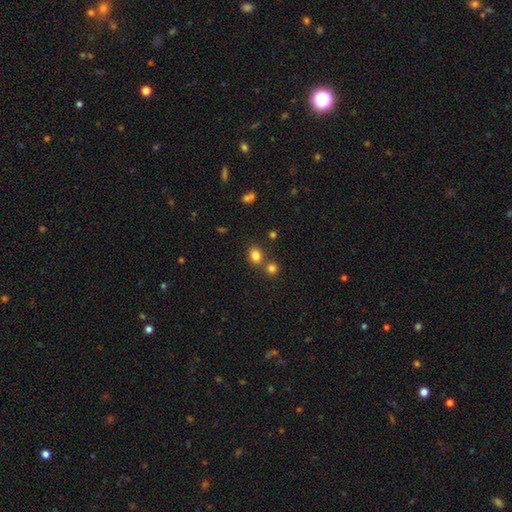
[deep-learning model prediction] Q: Smooth or featured?
A: smooth (81%); runner-up: star or artifact (13%)
Q: How rounded?
A: round (63%); runner-up: in between (36%)
Q: Merging?
A: none (66%); runner-up: merger (22%)